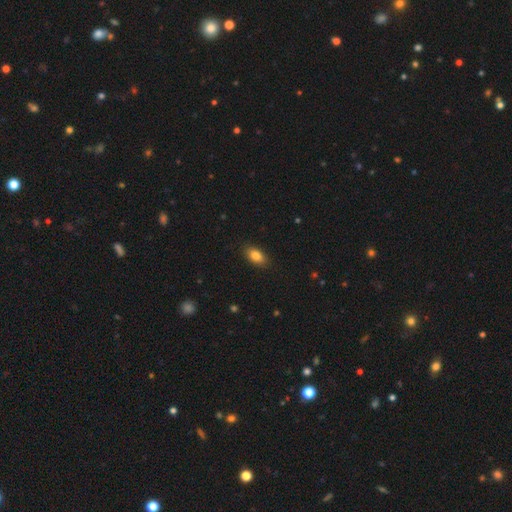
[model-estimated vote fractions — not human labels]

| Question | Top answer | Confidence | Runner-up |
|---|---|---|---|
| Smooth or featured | smooth | 84% | star or artifact (8%) |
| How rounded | in between | 89% | round (7%) |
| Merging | none | 88% | minor disturbance (9%) |